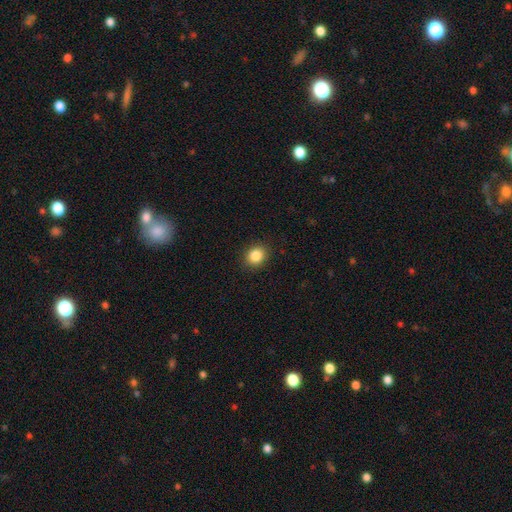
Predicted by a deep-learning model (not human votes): smooth-or-featured: smooth: 86% | star or artifact: 10% | featured or disk: 4%
  how-rounded: round: 64% | in between: 35% | cigar-shaped: 1%
  merging: none: 90% | minor disturbance: 7% | major disturbance: 2% | merger: 1%